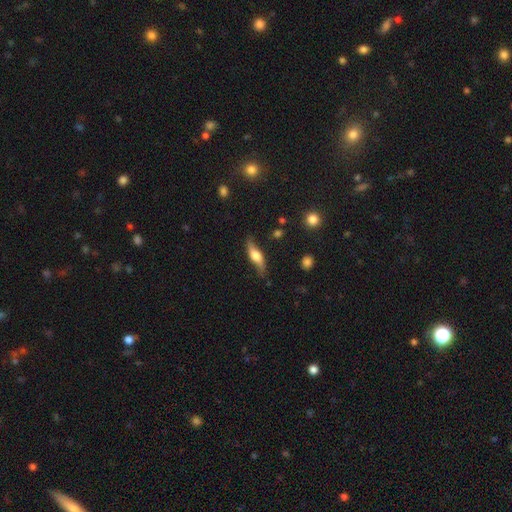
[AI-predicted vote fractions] Smooth or featured? featured or disk (57%)
Edge-on disk? yes (64%)
Merging? none (73%)